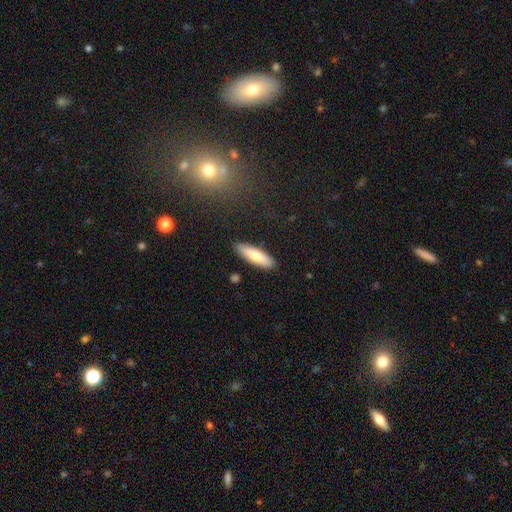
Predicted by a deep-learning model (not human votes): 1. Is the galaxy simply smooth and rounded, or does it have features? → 77% smooth, 17% featured or disk, 6% star or artifact.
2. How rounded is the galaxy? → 57% cigar-shaped, 42% in between, 2% round.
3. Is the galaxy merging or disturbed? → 88% none, 8% minor disturbance, 2% major disturbance, 1% merger.